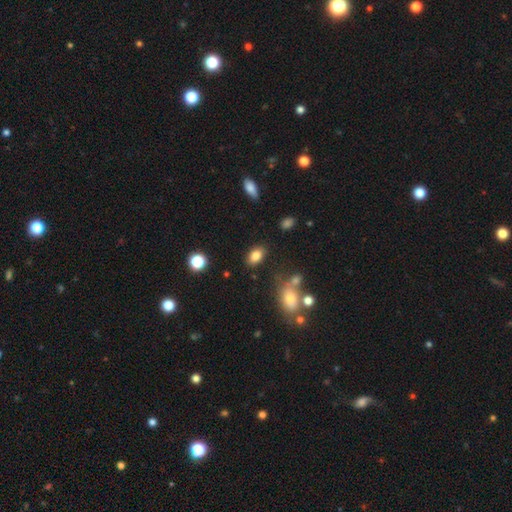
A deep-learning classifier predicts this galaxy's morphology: Smooth or featured? Predicted: smooth (p=0.83). How rounded? Predicted: in between (p=0.87). Merging? Predicted: none (p=0.81).